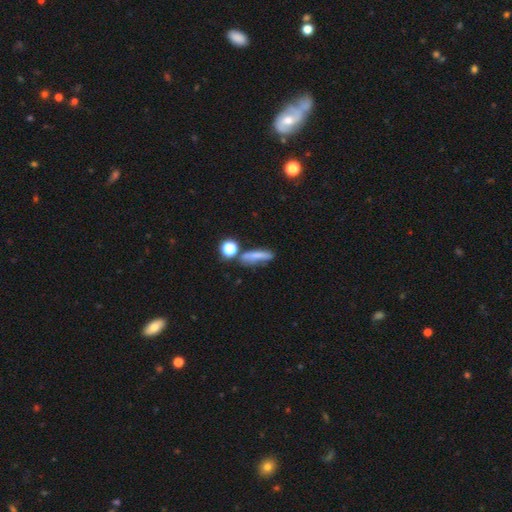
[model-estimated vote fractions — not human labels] A smooth galaxy with no disk features (68%) that is cigar-shaped (62%).

Vote fractions:
- Smooth or featured? smooth: 68% / featured or disk: 18% / star or artifact: 14%
- How rounded? cigar-shaped: 62% / in between: 26% / round: 12%
- Merging? none: 54% / minor disturbance: 21% / merger: 15% / major disturbance: 10%